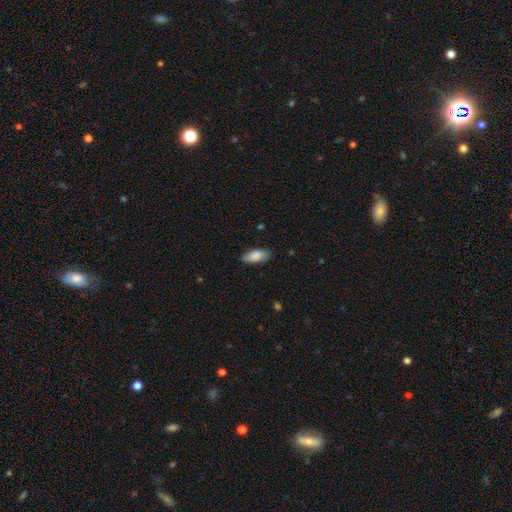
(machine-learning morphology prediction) This appears to be a smooth galaxy with no disk features (86%) that is in between round and cigar-shaped (85%). Merging: none (84%).